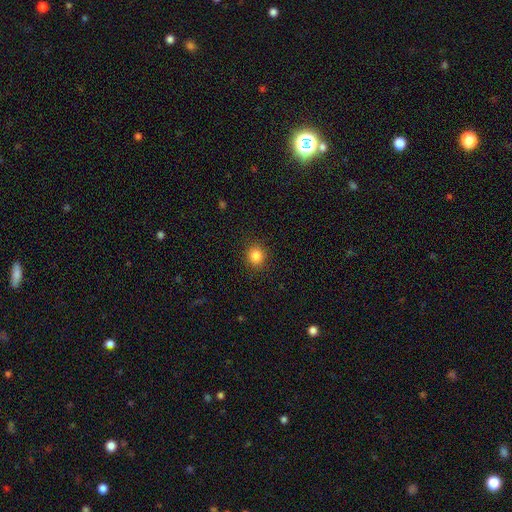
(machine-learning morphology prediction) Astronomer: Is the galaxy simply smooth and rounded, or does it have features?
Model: smooth — 85%.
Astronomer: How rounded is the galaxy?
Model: round — 85%.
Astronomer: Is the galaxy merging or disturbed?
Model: none — 90%.